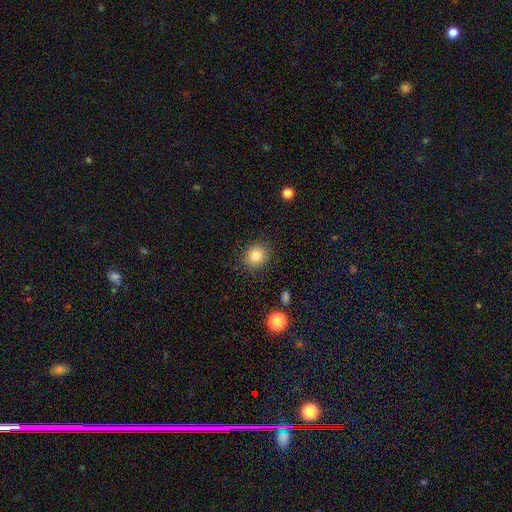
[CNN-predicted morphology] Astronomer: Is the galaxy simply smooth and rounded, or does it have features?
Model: smooth — 83%.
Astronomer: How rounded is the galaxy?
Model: round — 76%.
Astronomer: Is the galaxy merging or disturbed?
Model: none — 87%.